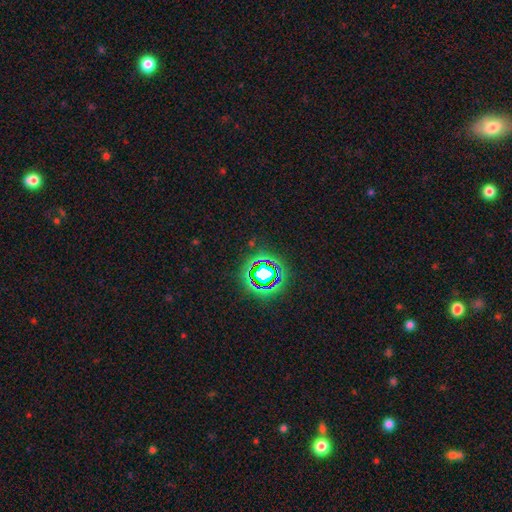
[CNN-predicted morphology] This appears to be a star or artifact, not a galaxy (79%).